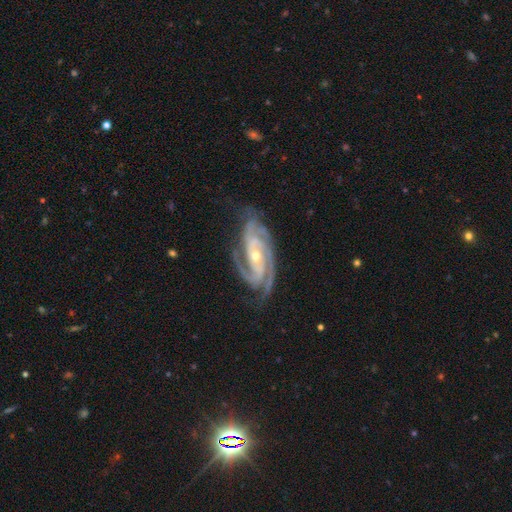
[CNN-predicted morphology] This is clearly a featured or disk galaxy (93%). It is clearly not viewed edge-on (96%). Bar: possibly no (51%). Spiral arm pattern: clearly yes (99%). Spiral arm count: possibly 3 (49%). Spiral winding: likely tight (66%). Central bulge: possibly small (55%). Merging: likely none (73%).